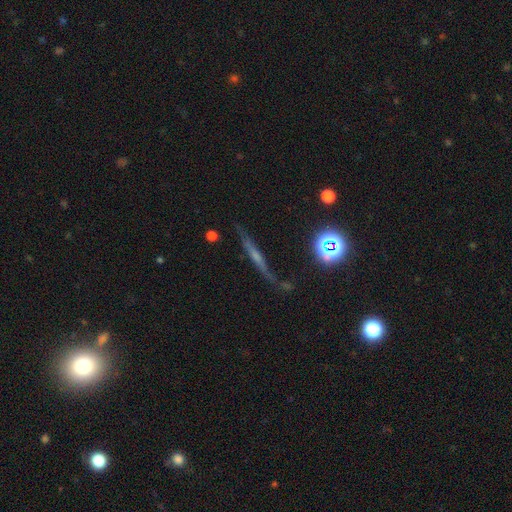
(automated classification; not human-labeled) smooth-or-featured: featured or disk: 57% | smooth: 25% | star or artifact: 18%
  disk-edge-on: yes: 89% | no: 11%
    edge-on-bulge: none: 47% | rounded: 40% | boxy: 13%
  merging: none: 74% | minor disturbance: 17% | major disturbance: 6% | merger: 3%